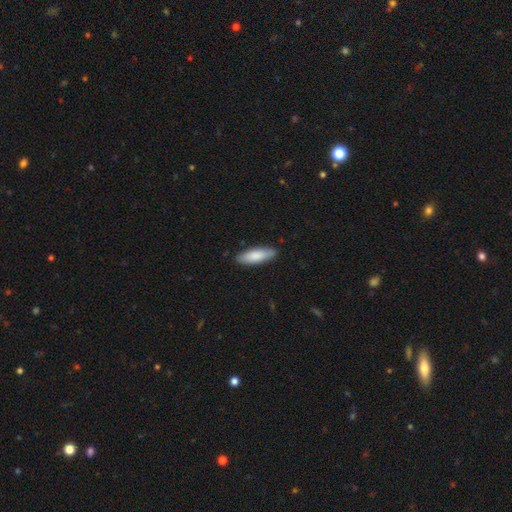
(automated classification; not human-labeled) This is clearly a smooth galaxy (83%). How rounded: possibly in between (54%). Merging: clearly none (87%).